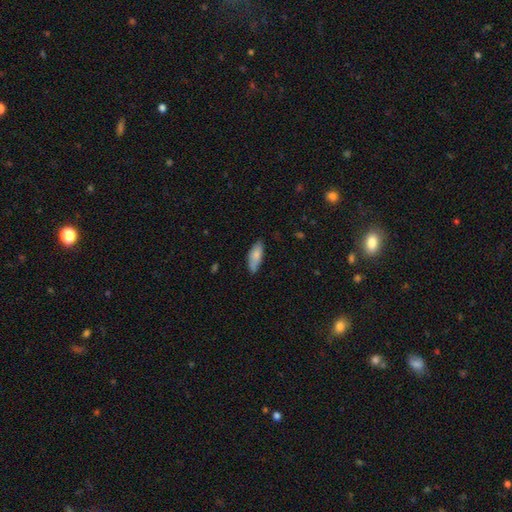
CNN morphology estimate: A smooth galaxy with no disk features (81%) that is in between round and cigar-shaped (72%). Merging: none (75%).